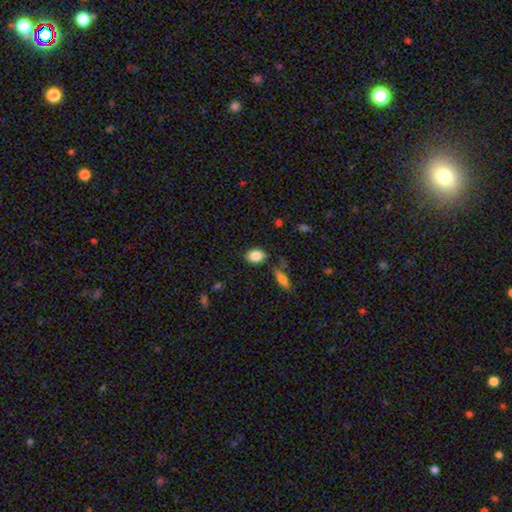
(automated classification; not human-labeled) This appears to be a smooth galaxy with no disk features (86%) that is in between round and cigar-shaped (75%). Merging: none (81%).